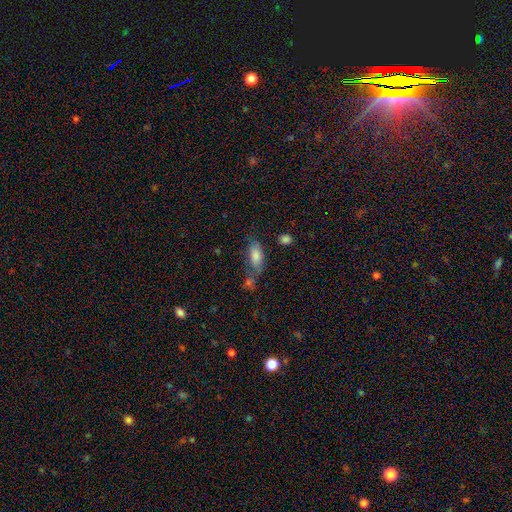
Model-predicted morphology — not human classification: This is likely a smooth galaxy (79%). How rounded: clearly in between (82%). Merging: possibly none (52%).